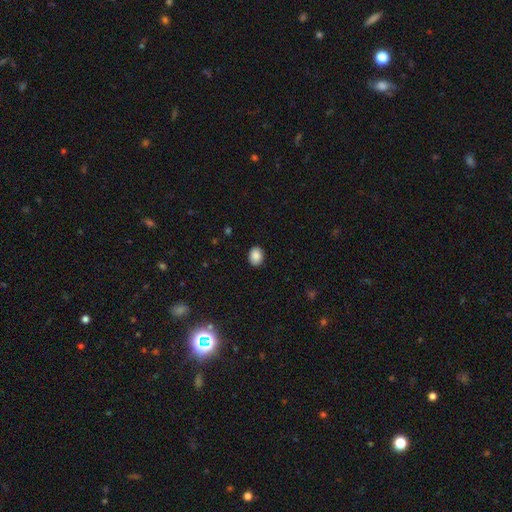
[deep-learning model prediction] smooth 89%, star or artifact 8%, featured or disk 3%. Down the decision tree: how rounded — in between (60%); merging — none (89%).